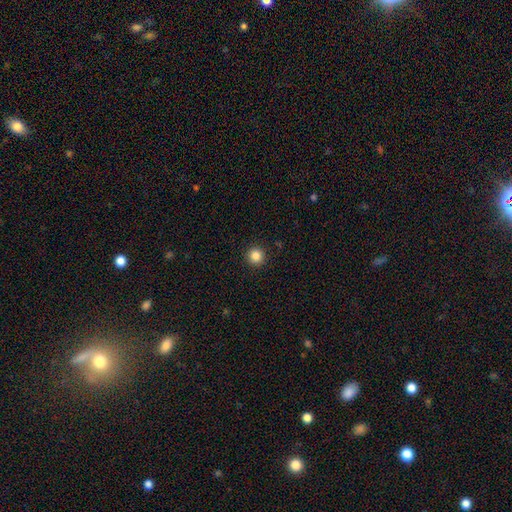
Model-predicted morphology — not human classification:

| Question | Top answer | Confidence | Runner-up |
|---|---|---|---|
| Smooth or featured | smooth | 85% | star or artifact (11%) |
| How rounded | round | 95% | in between (4%) |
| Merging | none | 93% | minor disturbance (5%) |